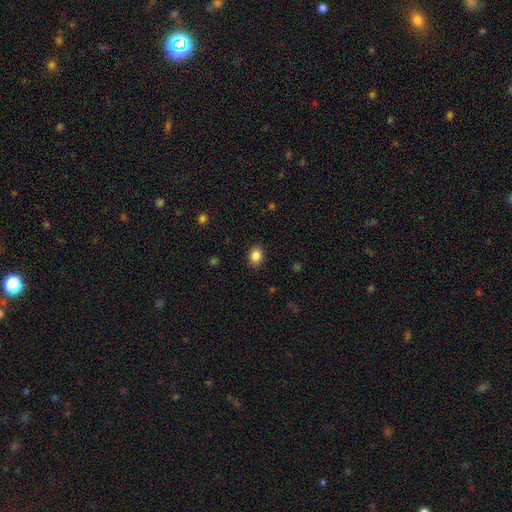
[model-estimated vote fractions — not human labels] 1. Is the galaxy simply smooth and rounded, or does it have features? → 86% smooth, 10% star or artifact, 4% featured or disk.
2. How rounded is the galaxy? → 53% in between, 46% round, 1% cigar-shaped.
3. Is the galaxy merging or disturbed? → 89% none, 8% minor disturbance, 2% major disturbance, 1% merger.